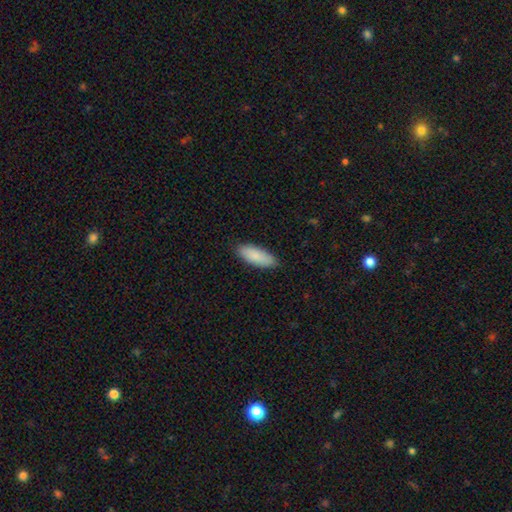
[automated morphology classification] Overall: smooth (87%). How rounded: in between (73%). Merging: none (88%).